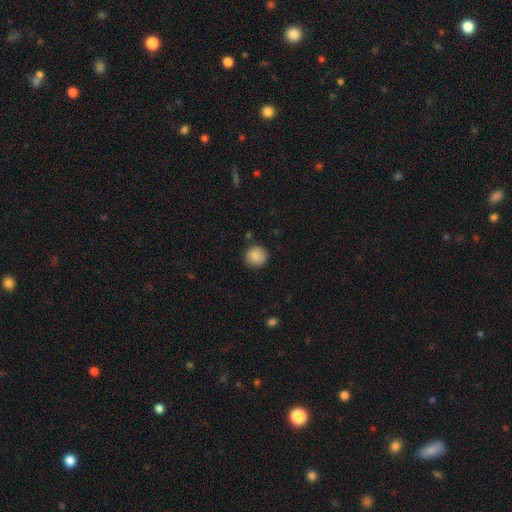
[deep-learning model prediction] smooth 88%, star or artifact 8%, featured or disk 4%. Down the decision tree: how rounded — round (91%); merging — none (86%).